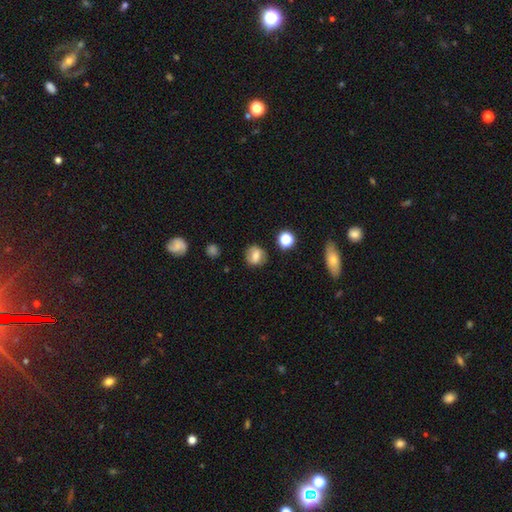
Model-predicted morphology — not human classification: Q: Smooth or featured?
A: smooth (61%); runner-up: featured or disk (28%)
Q: How rounded?
A: round (72%); runner-up: in between (27%)
Q: Merging?
A: none (80%); runner-up: minor disturbance (13%)